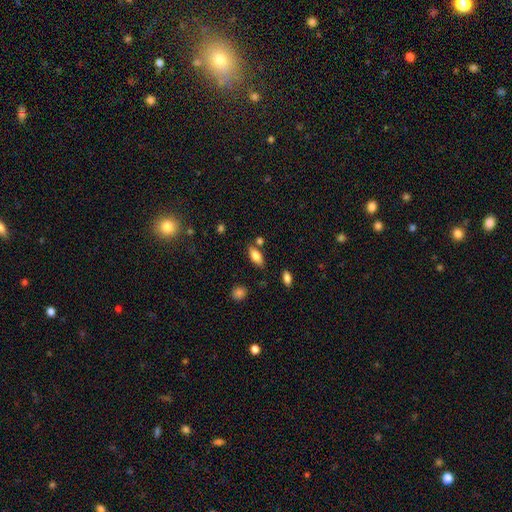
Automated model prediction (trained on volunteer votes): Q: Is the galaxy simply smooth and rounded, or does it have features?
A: smooth — 79%.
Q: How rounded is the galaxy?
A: in between — 86%.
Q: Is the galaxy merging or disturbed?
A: none — 75%.